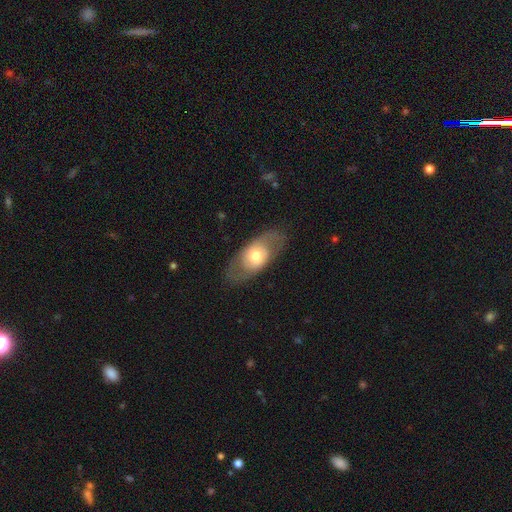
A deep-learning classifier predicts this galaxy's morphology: Smooth or featured?
  - smooth: 47% * (tied)
  - featured or disk: 47% * (tied)
  - star or artifact: 6%
Merging?
  - none: 77% *
  - minor disturbance: 14%
  - major disturbance: 8%
  - merger: 1%